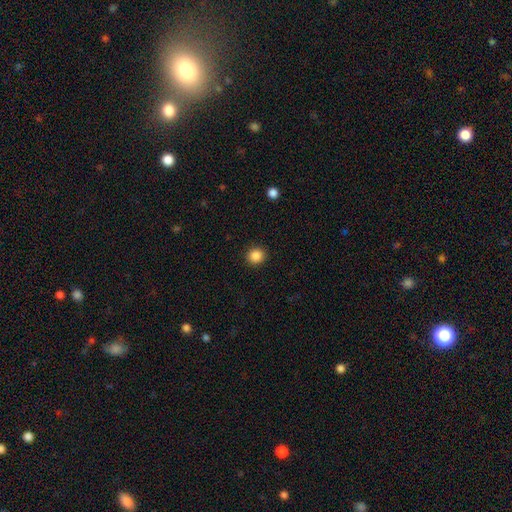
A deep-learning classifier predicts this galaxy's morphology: A smooth galaxy with no disk features (87%) that is round (88%).

Vote fractions:
- Smooth or featured? smooth: 87% / star or artifact: 10% / featured or disk: 3%
- How rounded? round: 88% / in between: 11% / cigar-shaped: 1%
- Merging? none: 92% / minor disturbance: 5% / major disturbance: 2% / merger: 1%